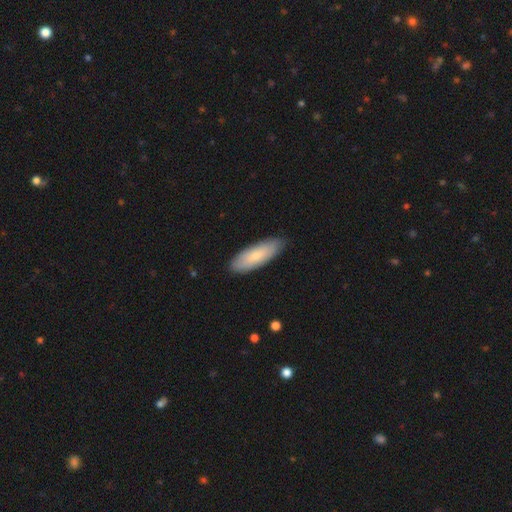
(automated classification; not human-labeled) The model was most divided on "how rounded": in between: 63%, cigar-shaped: 35%, round: 2%. More confident: merging — none (87%); smooth or featured — smooth (77%).